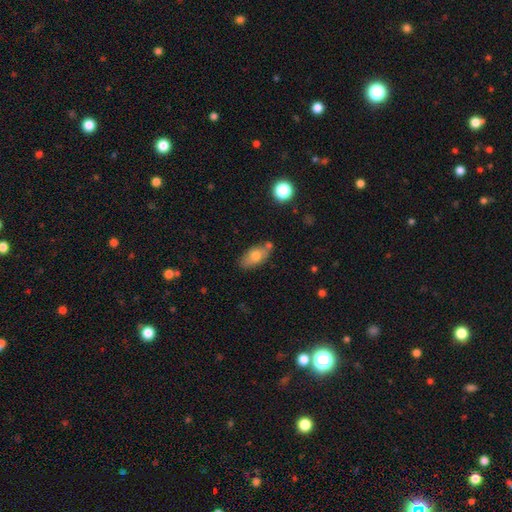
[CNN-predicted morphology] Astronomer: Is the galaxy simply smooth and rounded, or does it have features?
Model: smooth — 70%.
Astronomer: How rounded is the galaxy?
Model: in between — 87%.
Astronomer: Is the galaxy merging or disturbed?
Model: none — 69%.